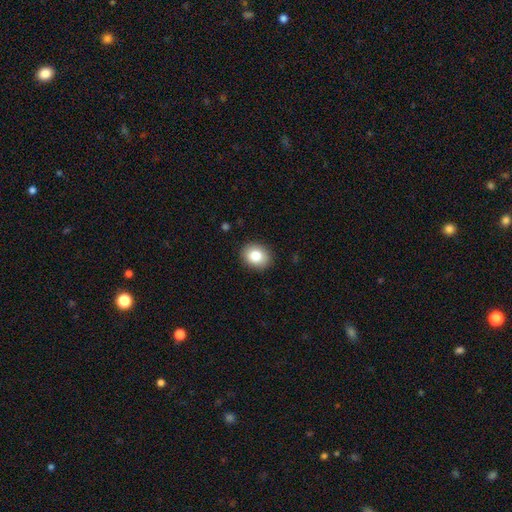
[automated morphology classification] A smooth galaxy with no disk features (83%) that is round (54%).

Vote fractions:
- Smooth or featured? smooth: 83% / featured or disk: 9% / star or artifact: 9%
- How rounded? round: 54% / in between: 46% / cigar-shaped: 1%
- Merging? none: 89% / minor disturbance: 8% / major disturbance: 2% / merger: 1%